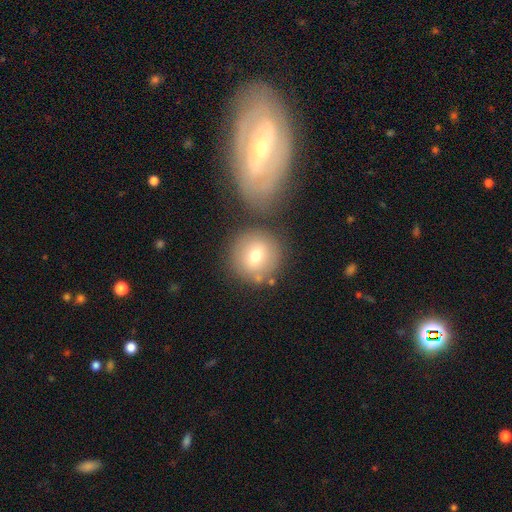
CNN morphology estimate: A smooth galaxy with no disk features (71%) that is round (90%).

Vote fractions:
- Smooth or featured? smooth: 71% / featured or disk: 20% / star or artifact: 9%
- How rounded? round: 90% / in between: 9% / cigar-shaped: 1%
- Merging? none: 68% / merger: 17% / minor disturbance: 11% / major disturbance: 4%